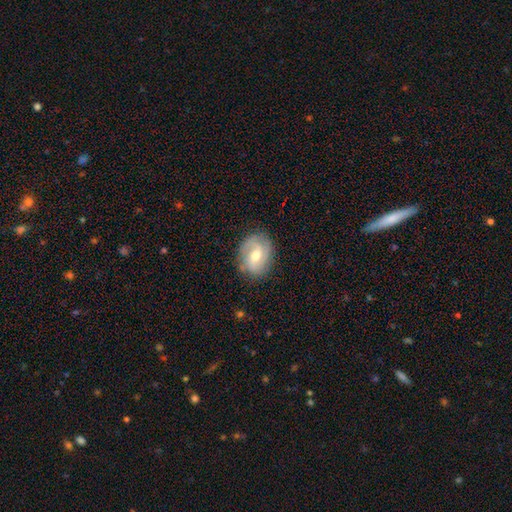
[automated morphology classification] Smooth or featured: featured or disk — 70% (smooth — 24%)
Edge-on disk: no — 97% (yes — 3%)
Bar: weak — 50% (no — 38%)
Spiral arms: yes — 90% (no — 10%)
Spiral winding: medium — 45% (tight — 35%)
Spiral arm count: 2 — 66% (can't tell — 14%)
Bulge size: moderate — 68% (small — 26%)
Merging: none — 77% (minor disturbance — 16%)